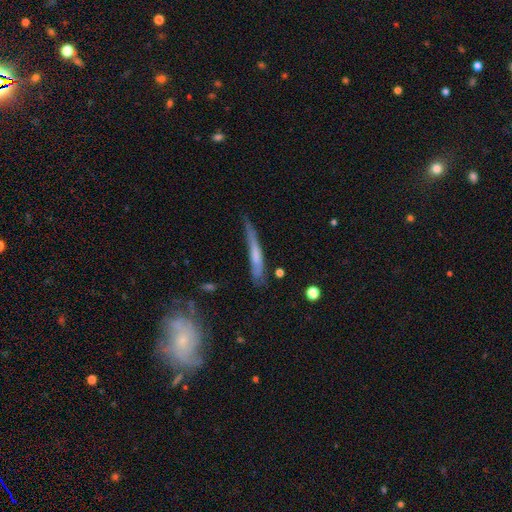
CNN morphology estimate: smooth-or-featured: smooth: 55% | featured or disk: 38% | star or artifact: 7%
  how-rounded: cigar-shaped: 93% | in between: 5% | round: 2%
  merging: none: 53% | minor disturbance: 30% | major disturbance: 13% | merger: 5%